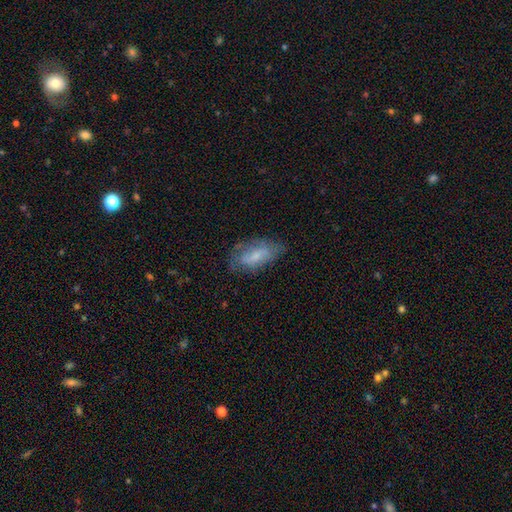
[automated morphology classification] smooth_or_featured: smooth (p=0.56) [alt: featured or disk p=0.36]
how_rounded: in between (p=0.85) [alt: cigar-shaped p=0.11]
merging: none (p=0.63) [alt: minor disturbance p=0.25]